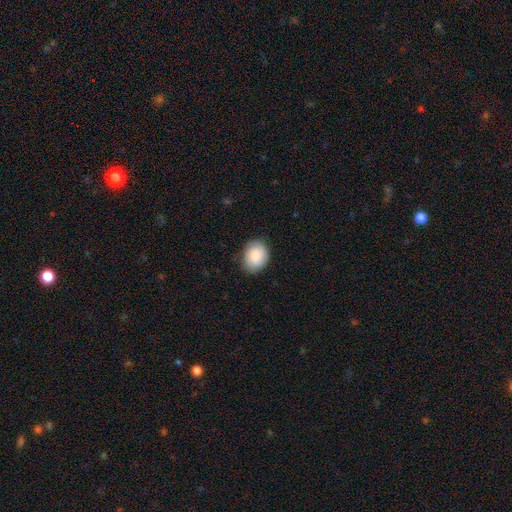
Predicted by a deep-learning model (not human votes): Smooth or featured? smooth (83%)
How rounded? in between (52%)
Merging? none (84%)